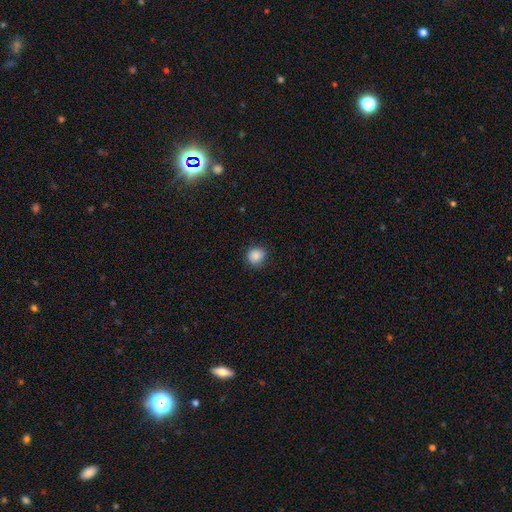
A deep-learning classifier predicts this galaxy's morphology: Overall: smooth (88%). How rounded: round (84%). Merging: none (86%).